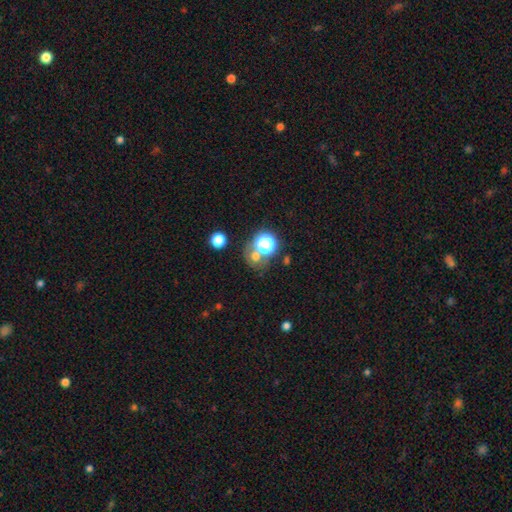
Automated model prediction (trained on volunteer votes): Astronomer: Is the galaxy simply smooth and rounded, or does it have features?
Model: smooth — 57%.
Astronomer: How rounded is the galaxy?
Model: round — 76%.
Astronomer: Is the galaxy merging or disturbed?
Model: none — 55%.